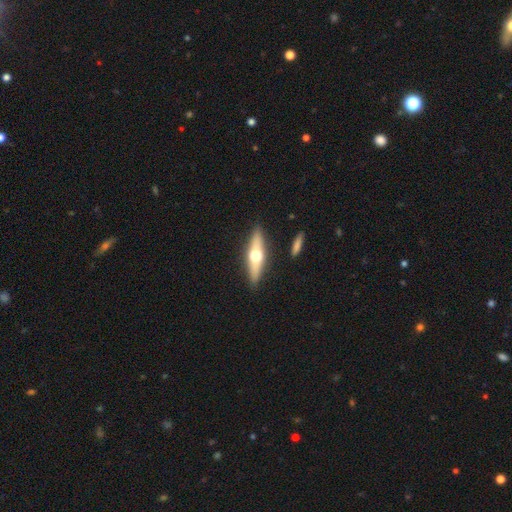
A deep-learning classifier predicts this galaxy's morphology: Q: Smooth or featured?
A: featured or disk (56%); runner-up: smooth (38%)
Q: Edge-on disk?
A: yes (89%); runner-up: no (11%)
Q: Edge-on bulge?
A: rounded (95%); runner-up: none (3%)
Q: Merging?
A: none (88%); runner-up: minor disturbance (8%)